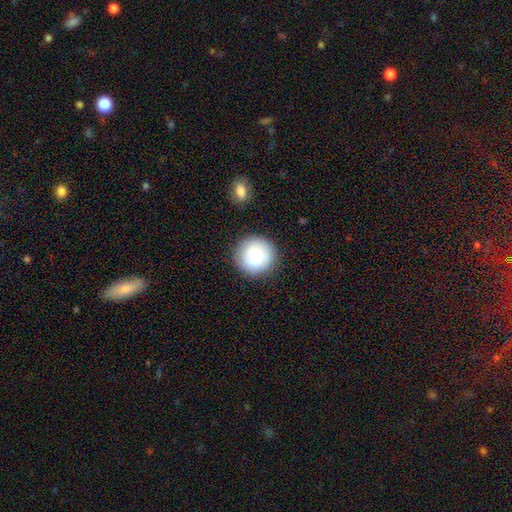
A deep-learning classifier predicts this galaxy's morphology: Q: Smooth or featured?
A: smooth (56%); runner-up: featured or disk (36%)
Q: How rounded?
A: round (94%); runner-up: in between (5%)
Q: Merging?
A: none (85%); runner-up: minor disturbance (10%)